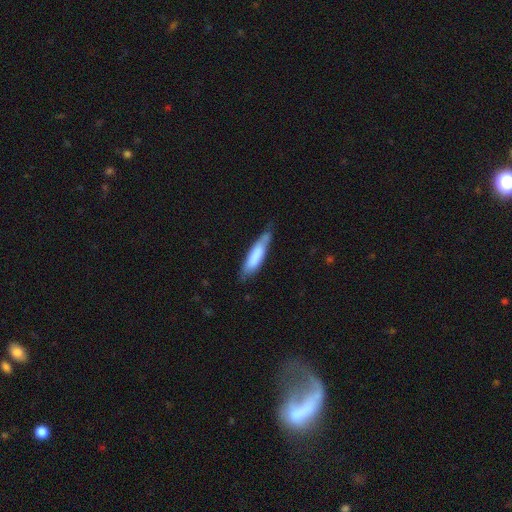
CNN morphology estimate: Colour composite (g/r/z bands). It shows a smooth galaxy with no disk features (75%) that is cigar-shaped (73%). Merging: none (64%).